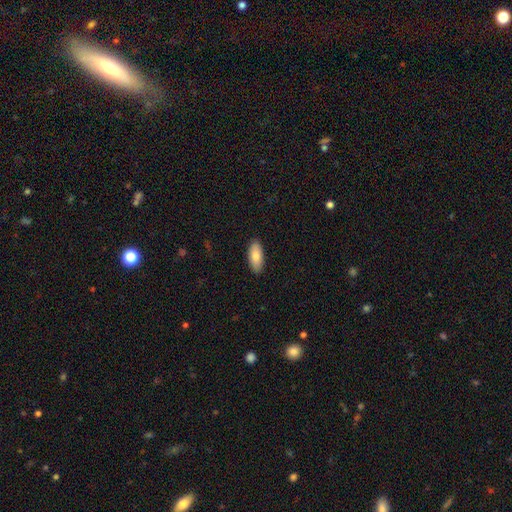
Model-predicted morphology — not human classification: type=smooth (85%); roundness=in between (87%); merging=none (89%).